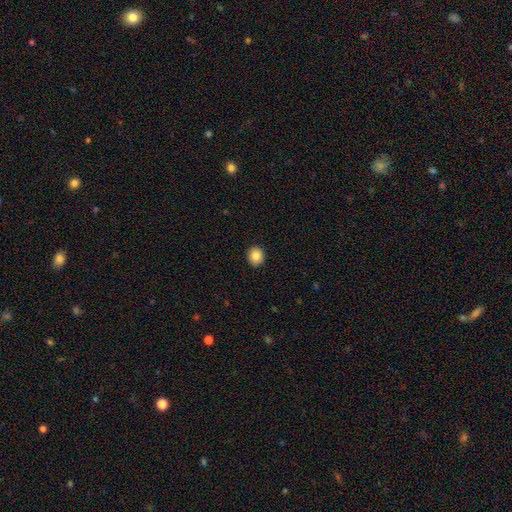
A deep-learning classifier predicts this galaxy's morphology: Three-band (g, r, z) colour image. It shows a smooth galaxy with no disk features (85%) that is round (81%). Merging: none (91%).